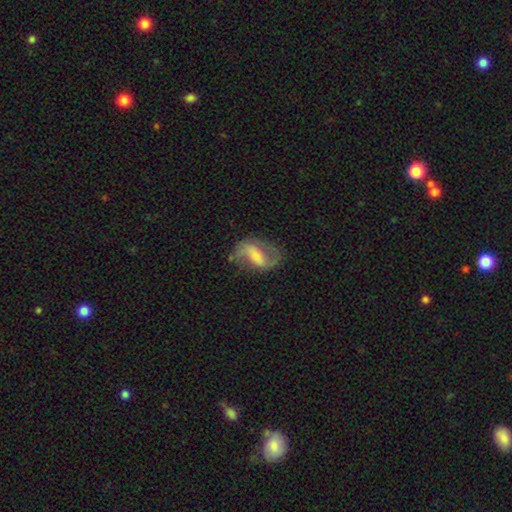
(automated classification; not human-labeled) A featured or disk galaxy (75%) with a weak bar (41%), 2 (88%) loose (56%) spiral arms (89%) and a small central bulge (35%).

Vote fractions:
- Smooth or featured? featured or disk: 75% / smooth: 18% / star or artifact: 7%
- Edge-on disk? no: 96% / yes: 4%
- Bar? weak: 41% / strong: 38% / no: 21%
- Spiral arms? yes: 89% / no: 11%
- Spiral winding? loose: 56% / medium: 34% / tight: 10%
- Spiral arm count? 2: 88% / 1: 4% / can't tell: 4% / 3: 1% / 4: 1% / more than 4: 1%
- Bulge size? small: 35% / moderate: 33% / none: 19% / large: 11% / dominant: 2%
- Merging? none: 65% / minor disturbance: 20% / major disturbance: 13% / merger: 2%